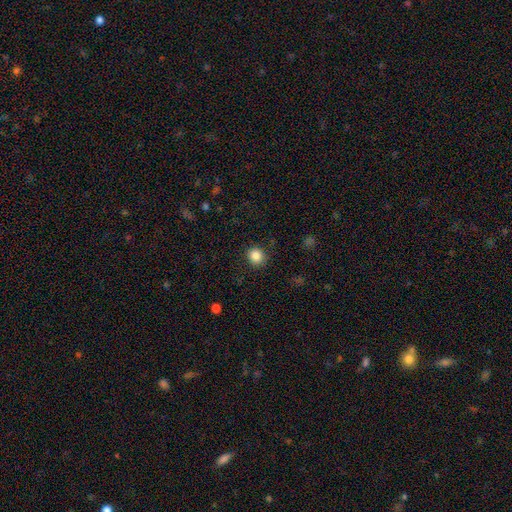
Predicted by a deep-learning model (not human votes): Smooth or featured? Predicted: smooth (p=0.86). How rounded? Predicted: round (p=0.89). Merging? Predicted: none (p=0.90).